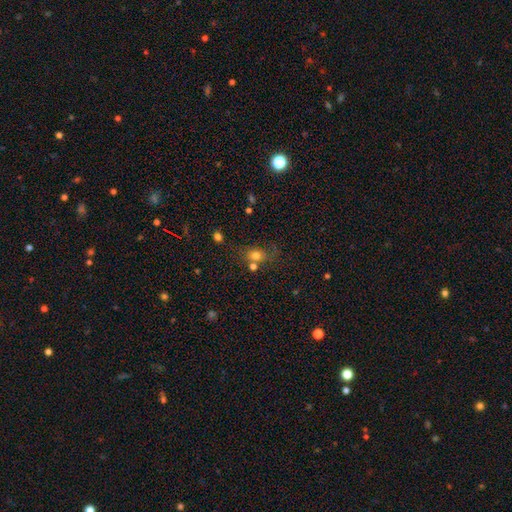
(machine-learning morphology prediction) Q: Smooth or featured?
A: smooth (74%); runner-up: star or artifact (15%)
Q: How rounded?
A: in between (53%); runner-up: round (45%)
Q: Merging?
A: none (55%); runner-up: merger (20%)